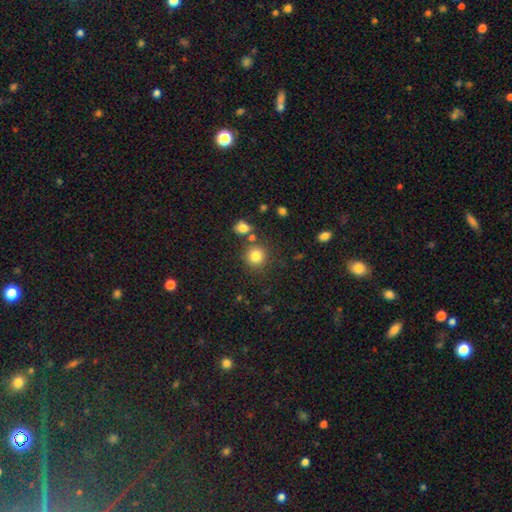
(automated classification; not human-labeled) This is clearly a smooth galaxy (81%). How rounded: clearly round (91%). Merging: likely none (77%).